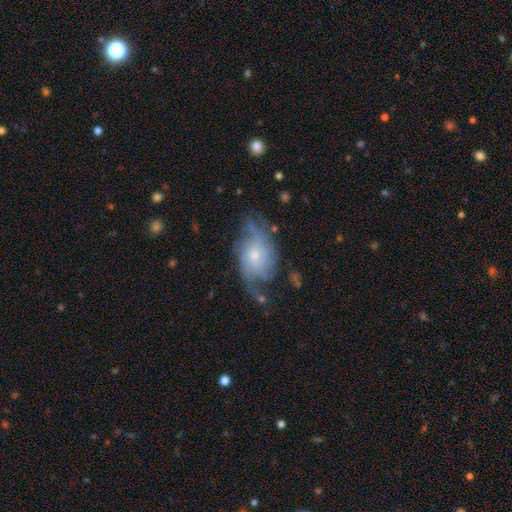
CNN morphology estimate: type=featured or disk (78%); edge-on=no (96%); bar=no (71%); spiral arms=yes (92%); winding=medium (39%); arm count=can't tell (31%); bulge=small (62%); merging=none (58%).